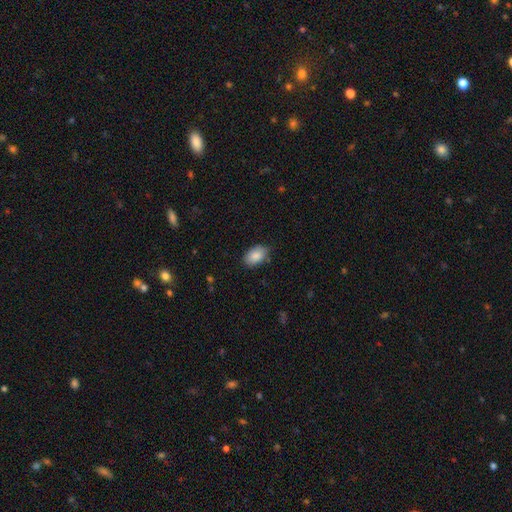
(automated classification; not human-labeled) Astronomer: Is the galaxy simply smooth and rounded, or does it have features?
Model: smooth — 87%.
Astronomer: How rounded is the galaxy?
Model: in between — 90%.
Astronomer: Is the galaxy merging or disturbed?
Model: none — 82%.